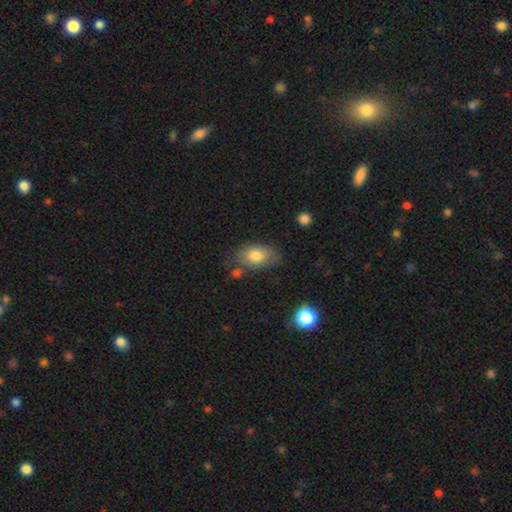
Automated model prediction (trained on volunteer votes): smooth_or_featured: smooth (p=0.79) [alt: featured or disk p=0.13]
how_rounded: in between (p=0.89) [alt: round p=0.09]
merging: none (p=0.68) [alt: minor disturbance p=0.20]